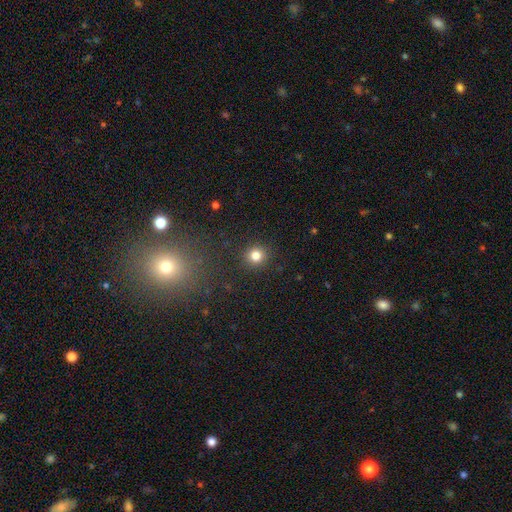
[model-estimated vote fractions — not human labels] smooth-or-featured: smooth: 81% | star or artifact: 13% | featured or disk: 6%
  how-rounded: round: 92% | in between: 7% | cigar-shaped: 1%
  merging: none: 91% | minor disturbance: 6% | major disturbance: 2% | merger: 1%